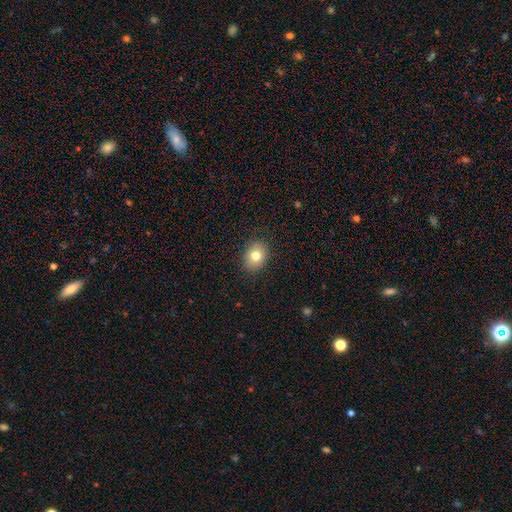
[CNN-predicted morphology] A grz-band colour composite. It shows a smooth galaxy with no disk features (79%) that is in between round and cigar-shaped (51%). Merging: none (88%).